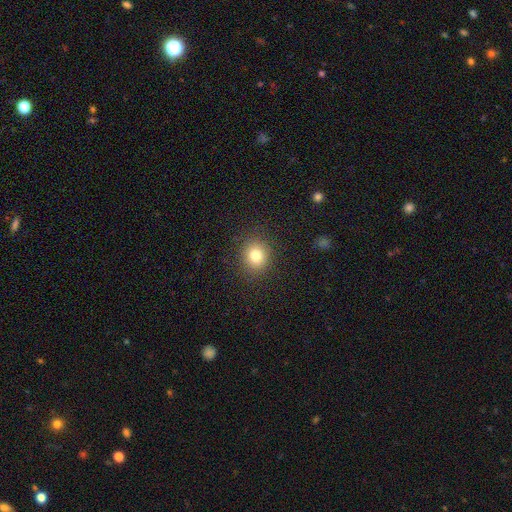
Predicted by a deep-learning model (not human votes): Morphology: type=smooth (80%); roundness=round (80%); merging=none (89%).